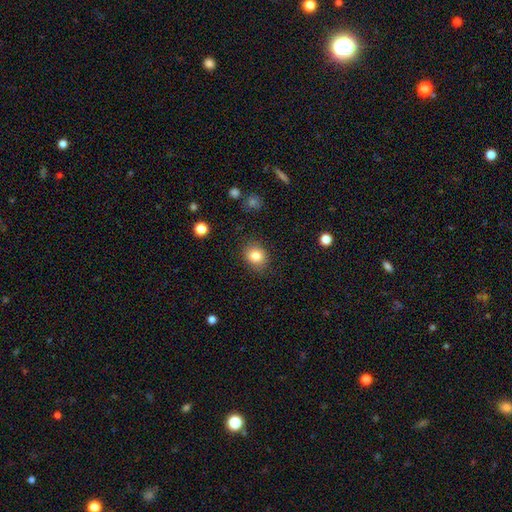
smooth_or_featured: smooth (p=0.87) [alt: star or artifact p=0.08]
how_rounded: round (p=0.82) [alt: in between p=0.18]
merging: none (p=0.83) [alt: minor disturbance p=0.14]